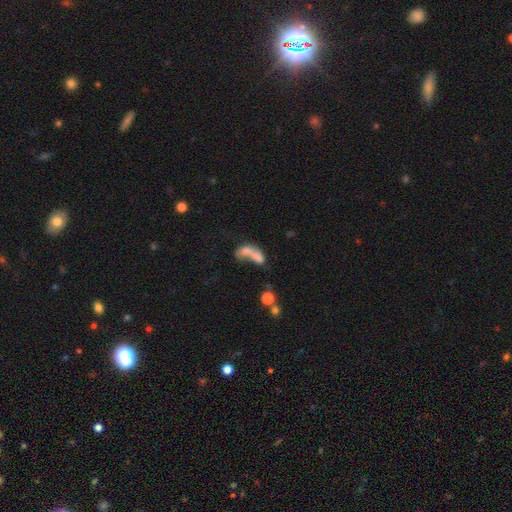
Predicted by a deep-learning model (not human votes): Smooth or featured? Predicted: smooth (p=0.60). How rounded? Predicted: in between (p=0.72). Merging? Predicted: merger (p=0.62).